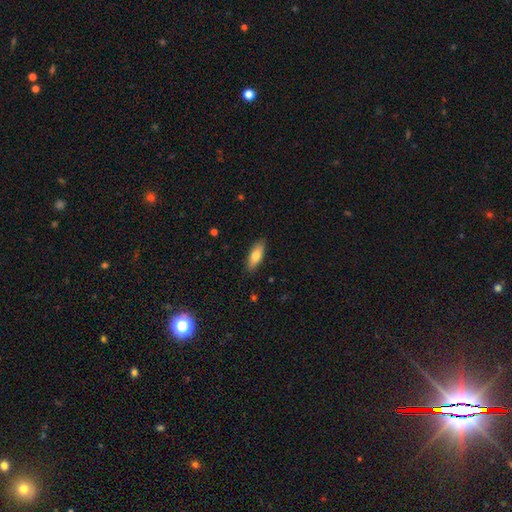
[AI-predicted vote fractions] A smooth galaxy with no disk features (75%) that is in between round and cigar-shaped (70%).

Vote fractions:
- Smooth or featured? smooth: 75% / featured or disk: 19% / star or artifact: 6%
- How rounded? in between: 70% / cigar-shaped: 28% / round: 2%
- Merging? none: 88% / minor disturbance: 9% / major disturbance: 2% / merger: 1%